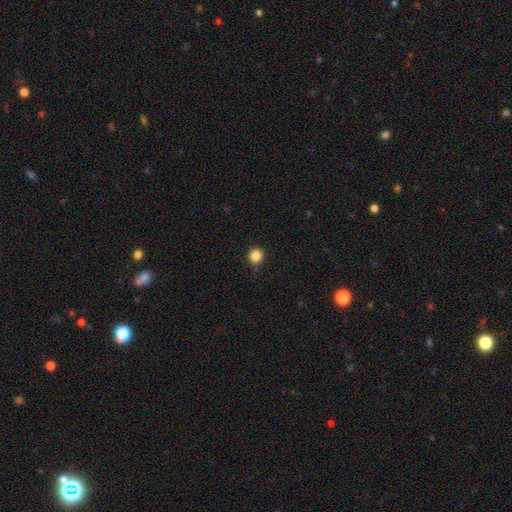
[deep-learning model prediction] Smooth or featured?
  - smooth: 86% *
  - star or artifact: 11%
  - featured or disk: 3%
How rounded?
  - round: 89% *
  - in between: 10%
  - cigar-shaped: 1%
Merging?
  - none: 90% *
  - minor disturbance: 7%
  - major disturbance: 2%
  - merger: 1%